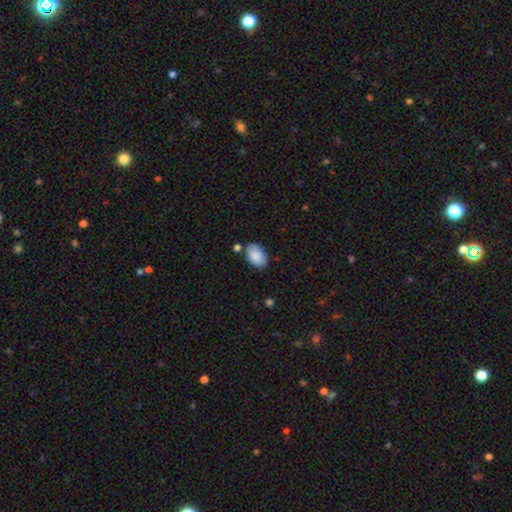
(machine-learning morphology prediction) Overall: smooth (89%). How rounded: in between (92%). Merging: none (77%).